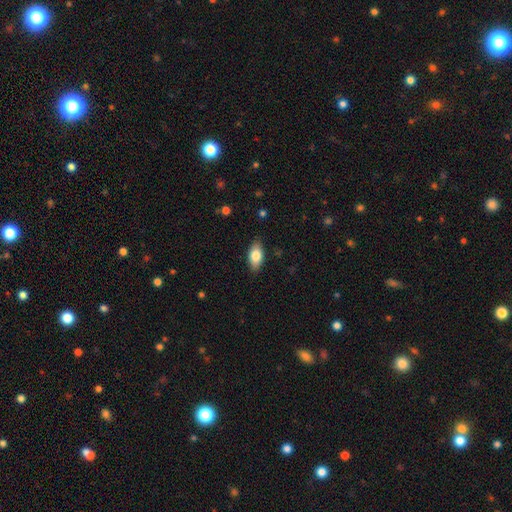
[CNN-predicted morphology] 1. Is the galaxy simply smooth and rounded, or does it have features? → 79% smooth, 14% featured or disk, 7% star or artifact.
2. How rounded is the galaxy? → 90% in between, 5% cigar-shaped, 4% round.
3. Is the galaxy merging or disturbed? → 85% none, 11% minor disturbance, 2% major disturbance, 1% merger.